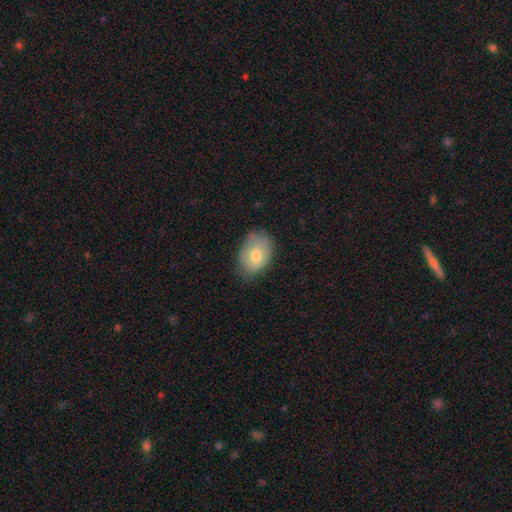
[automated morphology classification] smooth 71%, featured or disk 21%, star or artifact 7%. Down the decision tree: how rounded — in between (81%); merging — none (68%).